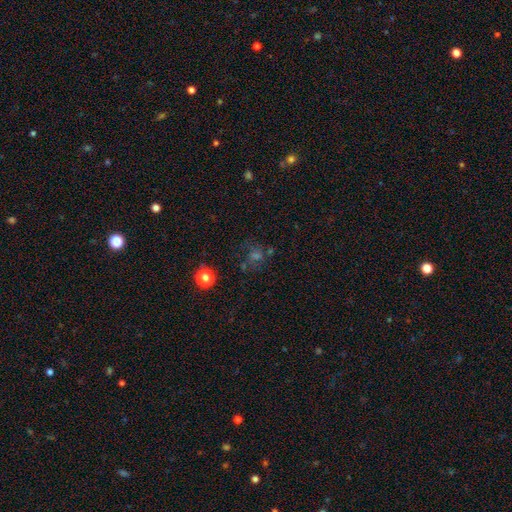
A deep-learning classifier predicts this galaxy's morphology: This appears to be a star or artifact, not a galaxy (42%).